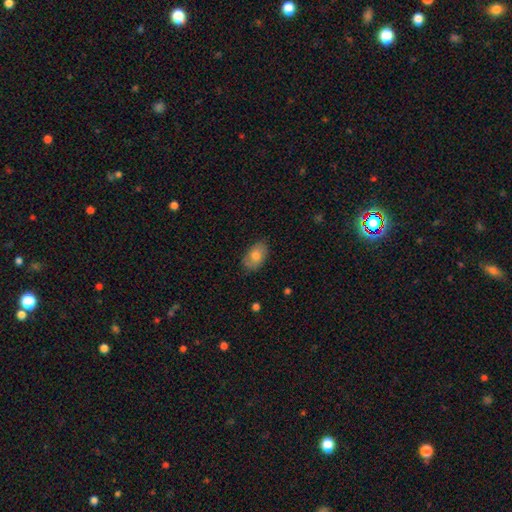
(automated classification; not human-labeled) Smooth or featured? smooth (75%)
How rounded? in between (90%)
Merging? none (79%)